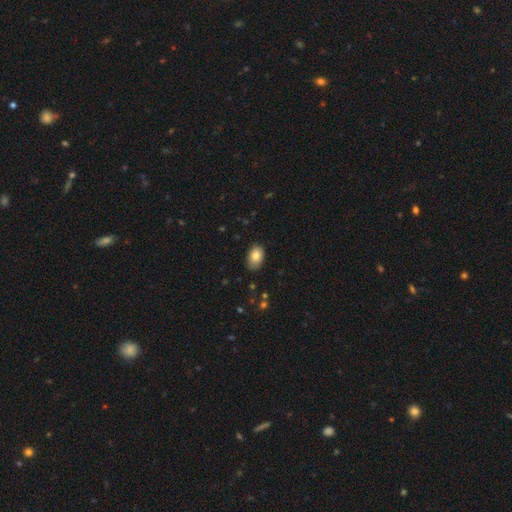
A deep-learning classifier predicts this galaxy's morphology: A smooth galaxy with no disk features (82%) that is in between round and cigar-shaped (90%). Merging: none (84%).